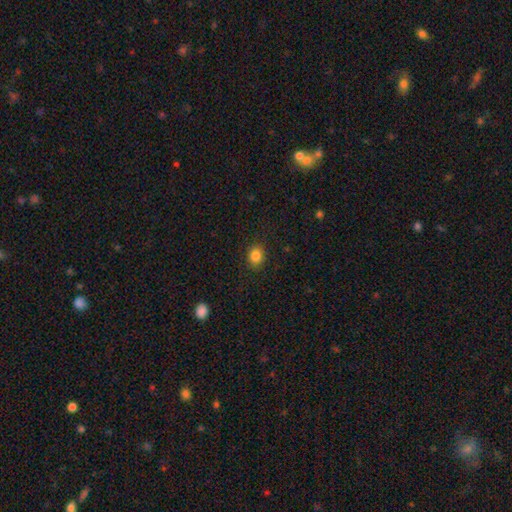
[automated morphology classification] The model was most divided on "how rounded": round: 59%, in between: 40%, cigar-shaped: 1%. More confident: merging — none (88%); smooth or featured — smooth (85%).